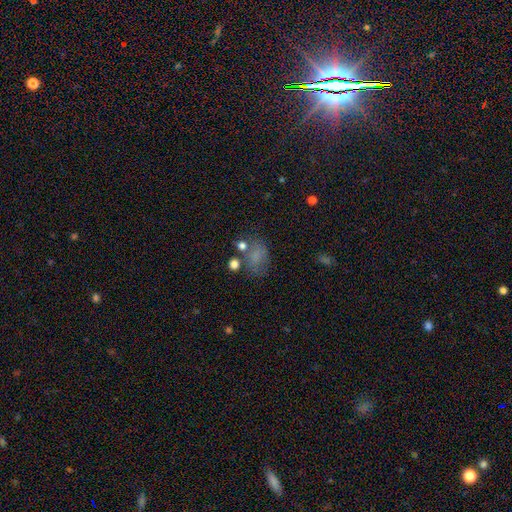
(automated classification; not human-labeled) A smooth galaxy with no disk features (66%) that is in between round and cigar-shaped (72%). Merging: none (52%).